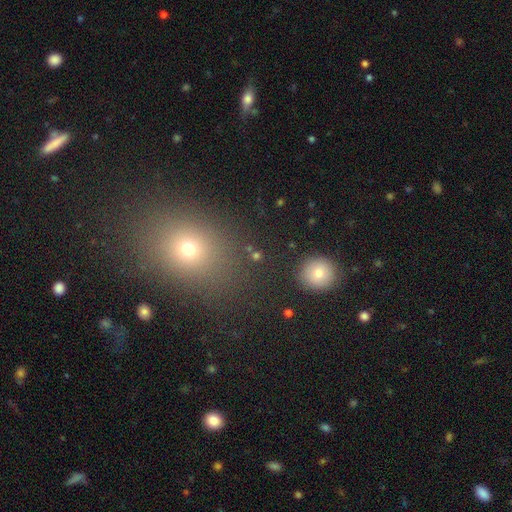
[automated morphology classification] Smooth or featured: smooth — 64% (star or artifact — 26%)
How rounded: round — 74% (in between — 24%)
Merging: none — 82% (minor disturbance — 8%)